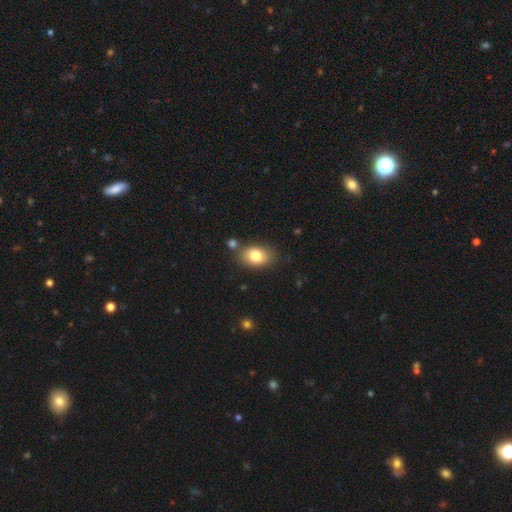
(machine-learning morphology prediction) Smooth or featured? smooth (80%)
How rounded? in between (82%)
Merging? none (72%)